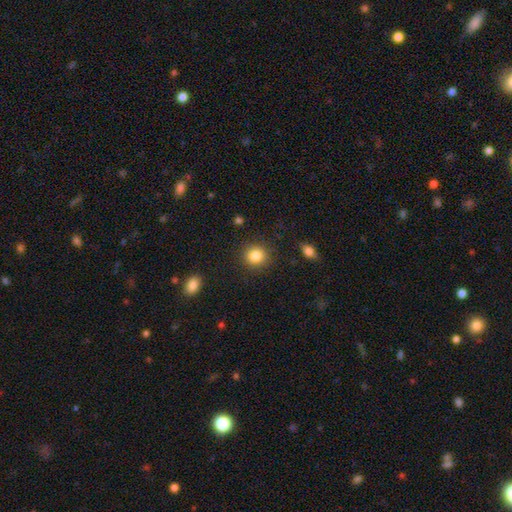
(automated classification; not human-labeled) Smooth or featured?
  - smooth: 85% *
  - star or artifact: 10%
  - featured or disk: 5%
How rounded?
  - round: 87% *
  - in between: 12%
  - cigar-shaped: 1%
Merging?
  - none: 89% *
  - minor disturbance: 7%
  - major disturbance: 3%
  - merger: 1%